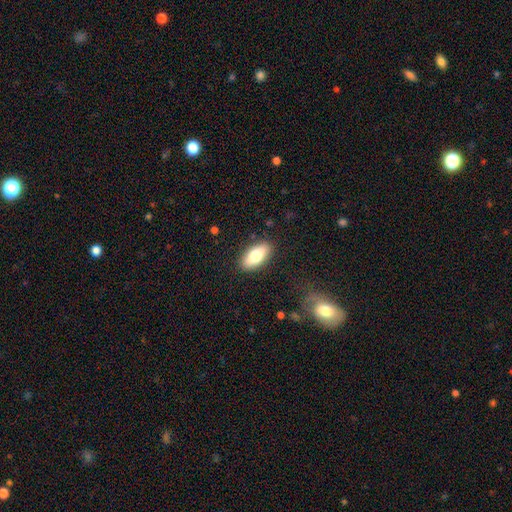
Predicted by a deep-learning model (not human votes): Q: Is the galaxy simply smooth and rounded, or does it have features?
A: smooth — 81%.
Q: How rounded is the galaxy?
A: in between — 88%.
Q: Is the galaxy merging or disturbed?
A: none — 87%.